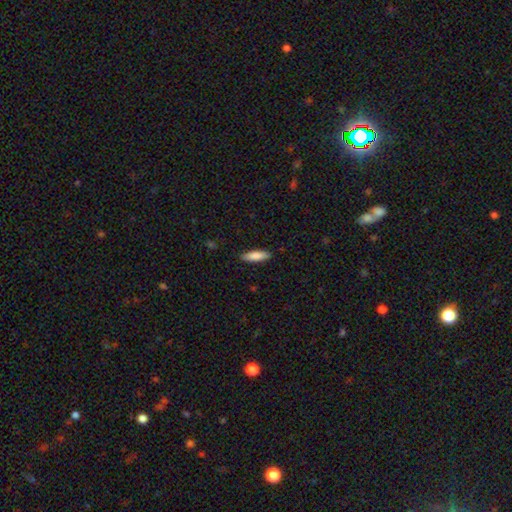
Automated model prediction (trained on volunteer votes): Overall: smooth (85%). How rounded: cigar-shaped (57%; in between 42%). Merging: none (88%).